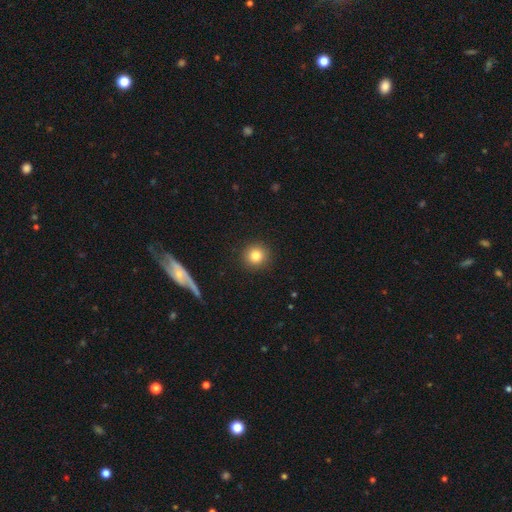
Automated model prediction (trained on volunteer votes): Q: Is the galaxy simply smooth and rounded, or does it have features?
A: smooth — 83%.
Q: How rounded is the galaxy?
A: round — 93%.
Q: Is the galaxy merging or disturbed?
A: none — 91%.